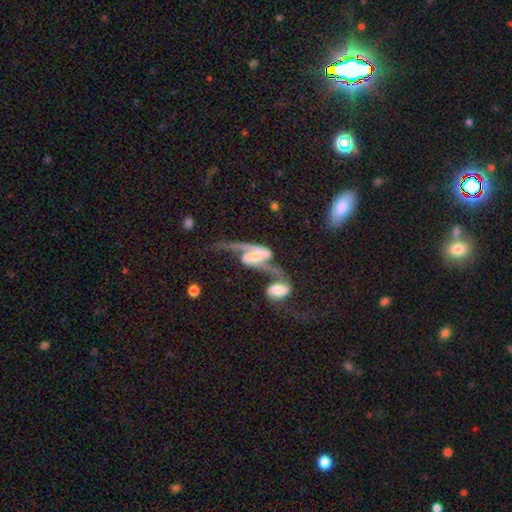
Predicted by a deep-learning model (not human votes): smooth-or-featured: featured or disk: 87% | smooth: 7% | star or artifact: 5%
  disk-edge-on: no: 95% | yes: 5%
    bar: strong: 53% | weak: 30% | no: 17%
    has-spiral-arms: yes: 94% | no: 6%
      spiral-winding: loose: 68% | medium: 24% | tight: 8%
      spiral-arm-count: 2: 87% | 1: 8% | can't tell: 2% | 3: 1% | 4: 1% | more than 4: 1%
    bulge-size: small: 37% | moderate: 26% | none: 24% | large: 10% | dominant: 3%
  merging: merger: 44% | none: 27% | major disturbance: 18% | minor disturbance: 11%